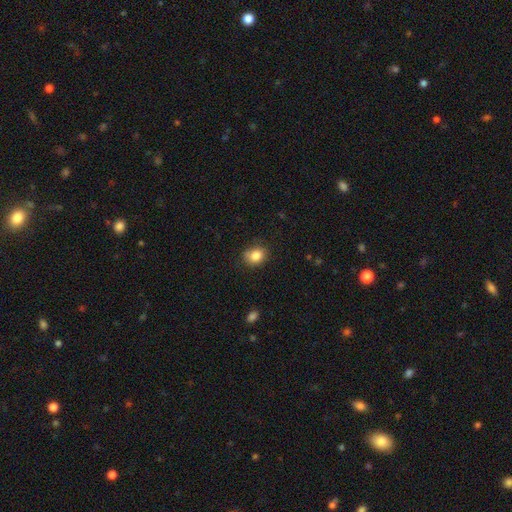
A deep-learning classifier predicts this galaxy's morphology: This appears to be a smooth galaxy with no disk features (84%) that is round (54%). Merging: none (77%).